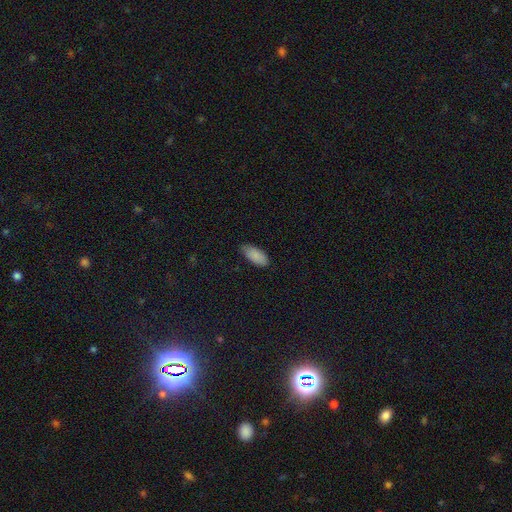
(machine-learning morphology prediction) smooth 89%, star or artifact 6%, featured or disk 4%. Down the decision tree: how rounded — in between (86%); merging — none (81%).